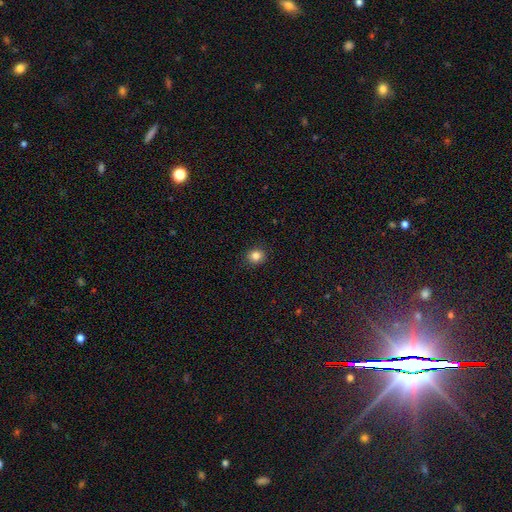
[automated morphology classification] Overall: smooth (84%). How rounded: round (78%). Merging: none (91%).